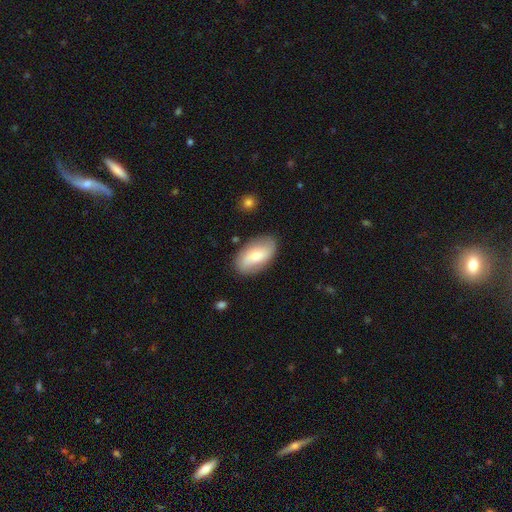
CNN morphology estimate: Smooth or featured?
  - smooth: 61% *
  - featured or disk: 32%
  - star or artifact: 6%
How rounded?
  - in between: 93% *
  - round: 4%
  - cigar-shaped: 3%
Merging?
  - none: 82% *
  - minor disturbance: 13%
  - major disturbance: 3%
  - merger: 2%